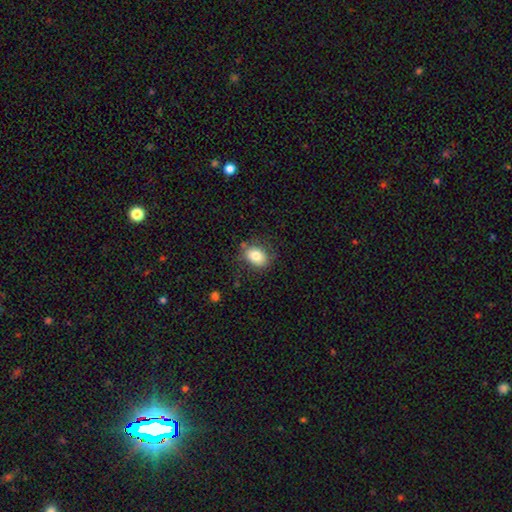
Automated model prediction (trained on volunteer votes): smooth_or_featured: smooth (p=0.81) [alt: featured or disk p=0.11]
how_rounded: in between (p=0.69) [alt: round p=0.29]
merging: none (p=0.73) [alt: minor disturbance p=0.18]